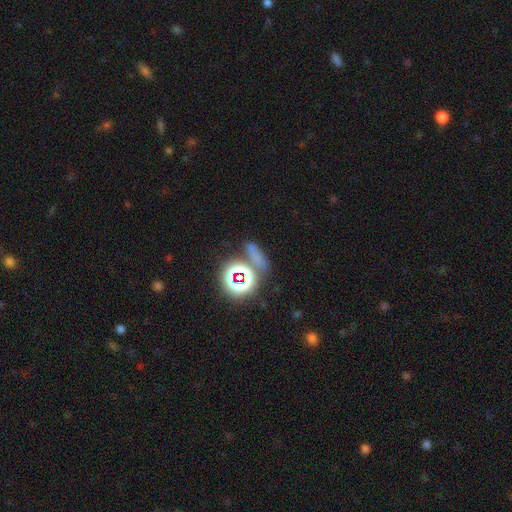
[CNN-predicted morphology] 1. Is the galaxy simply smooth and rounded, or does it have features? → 47% star or artifact, 42% smooth, 11% featured or disk.